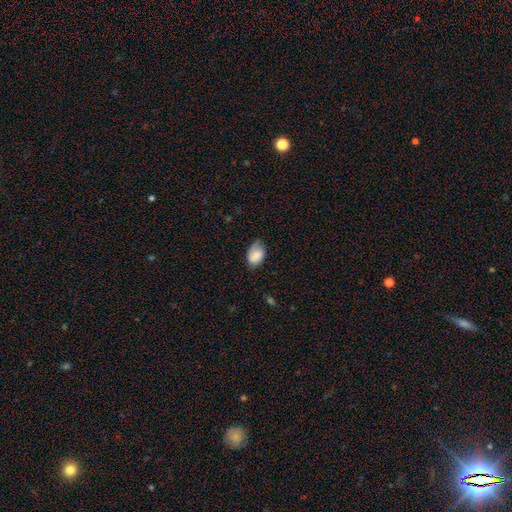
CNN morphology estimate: A smooth galaxy with no disk features (80%) that is in between round and cigar-shaped (88%). Merging: none (50%).